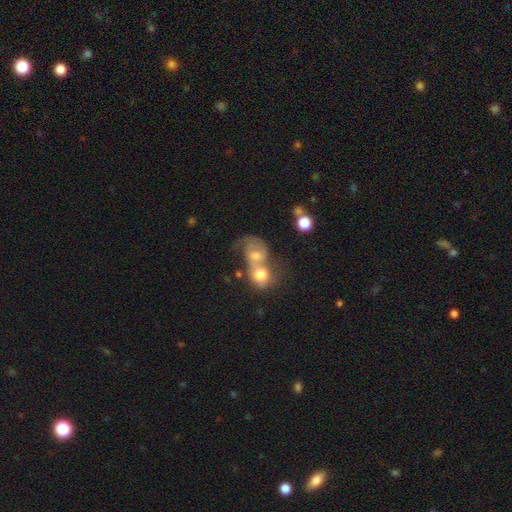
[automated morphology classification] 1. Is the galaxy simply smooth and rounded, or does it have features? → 54% smooth, 35% featured or disk, 11% star or artifact.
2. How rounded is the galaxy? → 51% round, 48% in between, 2% cigar-shaped.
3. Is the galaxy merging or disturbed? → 77% merger, 11% none, 7% major disturbance, 5% minor disturbance.